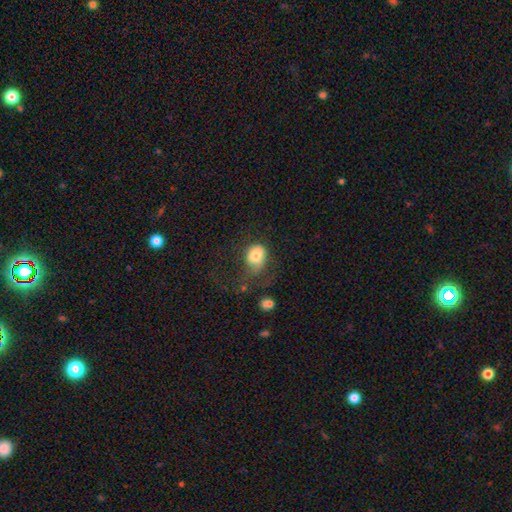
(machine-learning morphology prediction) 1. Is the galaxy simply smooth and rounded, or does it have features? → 73% smooth, 18% featured or disk, 9% star or artifact.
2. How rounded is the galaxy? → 58% in between, 41% round, 1% cigar-shaped.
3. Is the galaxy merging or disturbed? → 39% major disturbance, 30% none, 26% minor disturbance, 5% merger.